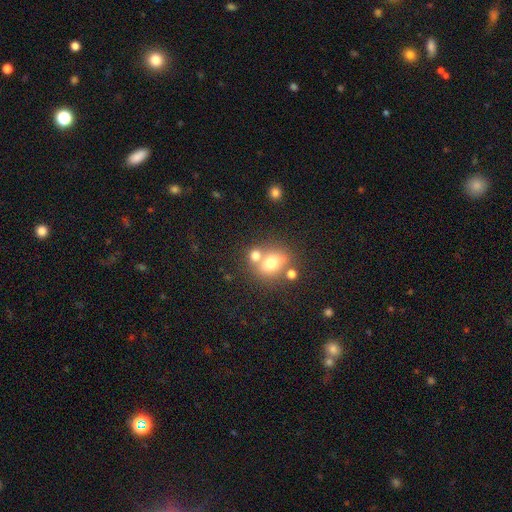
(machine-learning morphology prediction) This appears to be a smooth galaxy with no disk features (71%) that is round (51%). Merging: none (48%).